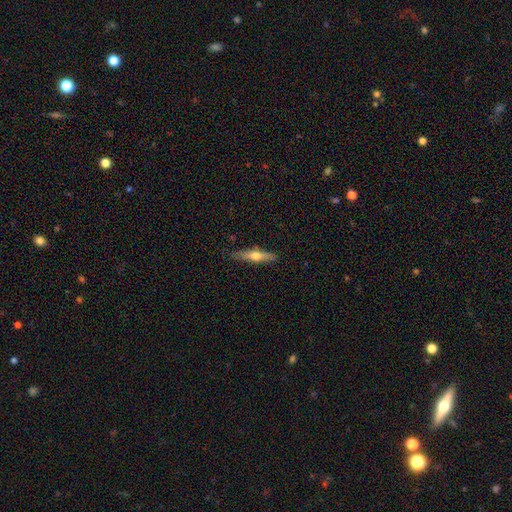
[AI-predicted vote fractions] This is possibly a featured or disk galaxy (48%). Merging: clearly none (84%).